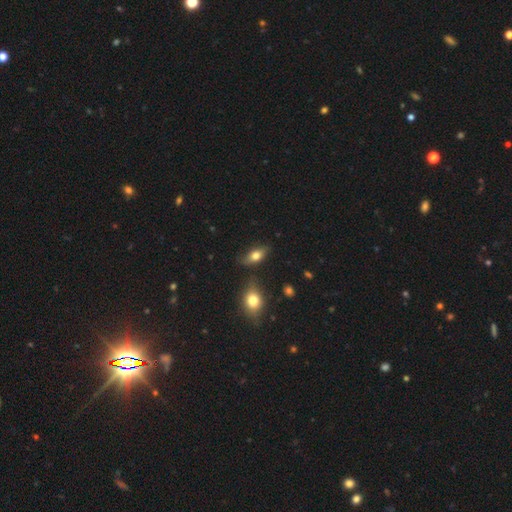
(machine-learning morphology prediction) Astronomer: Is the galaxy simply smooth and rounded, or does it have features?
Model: smooth — 70%.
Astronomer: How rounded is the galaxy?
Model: in between — 80%.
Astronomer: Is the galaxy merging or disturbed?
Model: none — 72%.